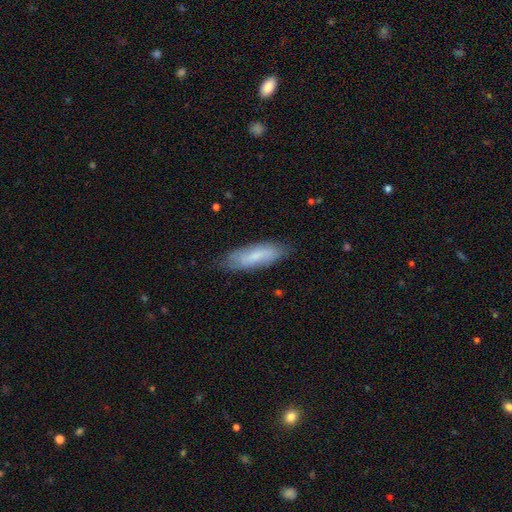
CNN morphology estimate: Smooth or featured? smooth (61%)
How rounded? in between (55%)
Merging? none (77%)